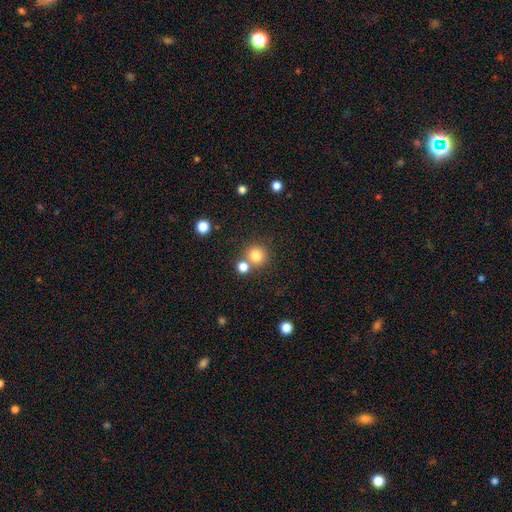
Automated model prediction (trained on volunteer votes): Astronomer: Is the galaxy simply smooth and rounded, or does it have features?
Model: smooth — 80%.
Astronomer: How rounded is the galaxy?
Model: round — 92%.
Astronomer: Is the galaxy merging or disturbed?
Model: none — 68%.